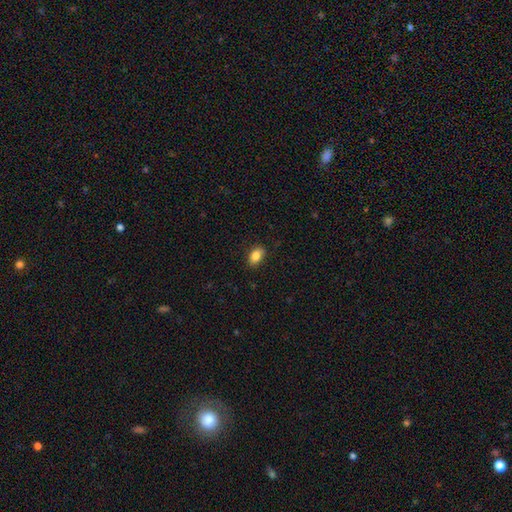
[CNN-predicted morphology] A smooth galaxy with no disk features (85%) that is in between round and cigar-shaped (88%). Merging: none (87%).